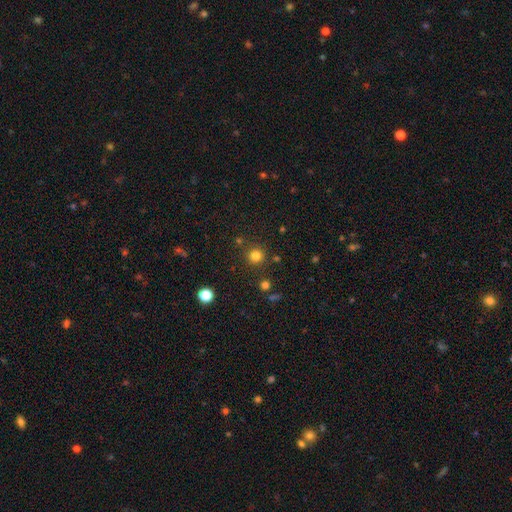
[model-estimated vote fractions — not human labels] smooth_or_featured: smooth (p=0.79) [alt: star or artifact p=0.16]
how_rounded: round (p=0.94) [alt: in between p=0.05]
merging: none (p=0.86) [alt: minor disturbance p=0.07]